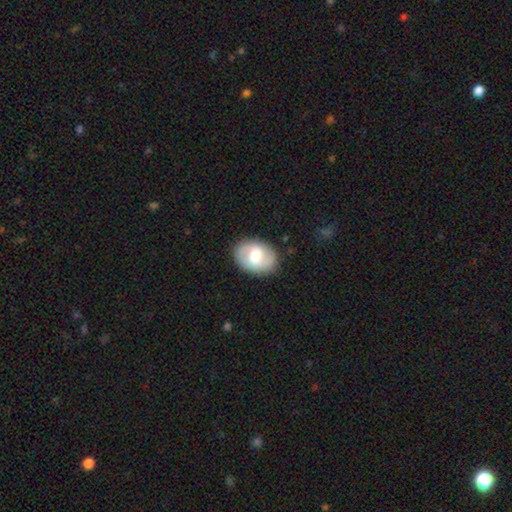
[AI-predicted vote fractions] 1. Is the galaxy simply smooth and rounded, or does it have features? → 52% smooth, 41% featured or disk, 6% star or artifact.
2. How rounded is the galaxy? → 78% in between, 21% round, 1% cigar-shaped.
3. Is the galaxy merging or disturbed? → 84% none, 11% minor disturbance, 4% major disturbance, 1% merger.